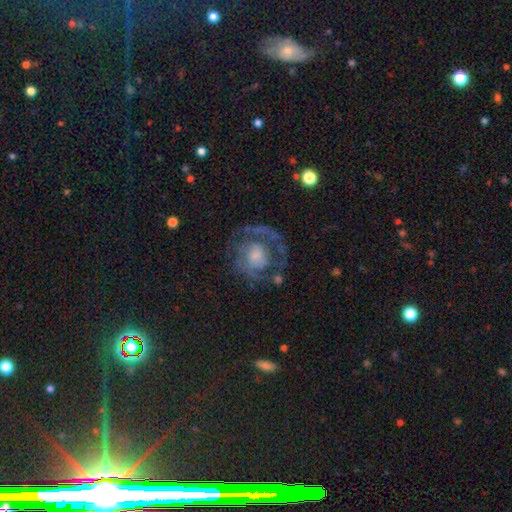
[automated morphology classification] smooth_or_featured: featured or disk (p=0.73) [alt: smooth p=0.17]
disk_edge_on: no (p=0.97) [alt: yes p=0.03]
bar: no (p=0.76) [alt: weak p=0.20]
has_spiral_arms: yes (p=0.79) [alt: no p=0.21]
spiral_winding: tight (p=0.48) [alt: medium p=0.36]
spiral_arm_count: 2 (p=0.33) [alt: can't tell p=0.28]
bulge_size: moderate (p=0.36) [alt: small p=0.28]
merging: none (p=0.61) [alt: major disturbance p=0.20]